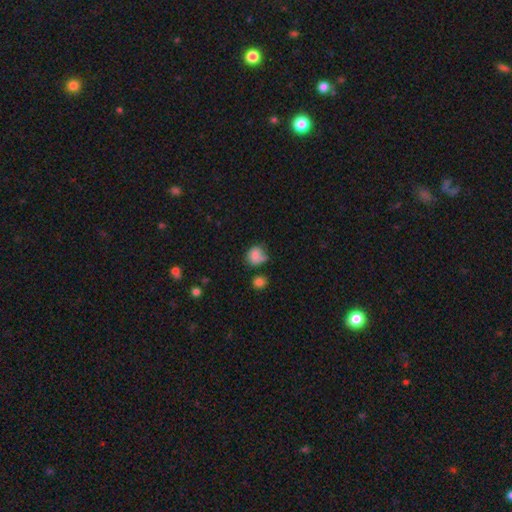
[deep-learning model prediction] Smooth or featured?
  - smooth: 79% *
  - star or artifact: 11%
  - featured or disk: 10%
How rounded?
  - round: 61% *
  - in between: 38%
  - cigar-shaped: 1%
Merging?
  - none: 45% *
  - minor disturbance: 30%
  - merger: 13%
  - major disturbance: 13%